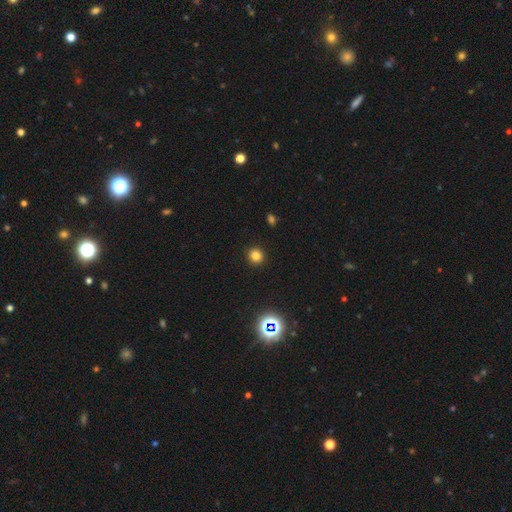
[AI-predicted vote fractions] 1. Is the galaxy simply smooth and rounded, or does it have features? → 81% smooth, 15% star or artifact, 5% featured or disk.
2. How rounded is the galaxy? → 88% round, 11% in between, 1% cigar-shaped.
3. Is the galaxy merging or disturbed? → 92% none, 5% minor disturbance, 2% major disturbance, 1% merger.